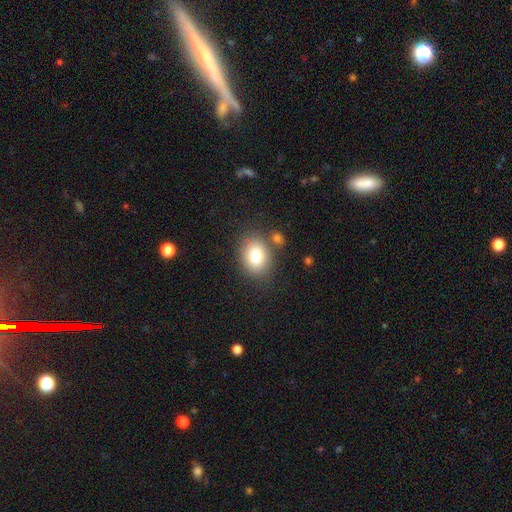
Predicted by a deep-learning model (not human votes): Morphology: type=smooth (79%); roundness=in between (58%); merging=none (74%).